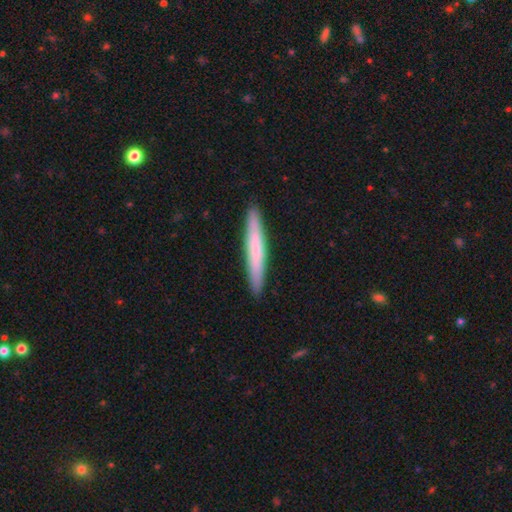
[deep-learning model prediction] smooth-or-featured: smooth: 64% | featured or disk: 31% | star or artifact: 6%
  how-rounded: cigar-shaped: 96% | in between: 3% | round: 1%
  merging: none: 92% | minor disturbance: 6% | major disturbance: 1% | merger: 1%